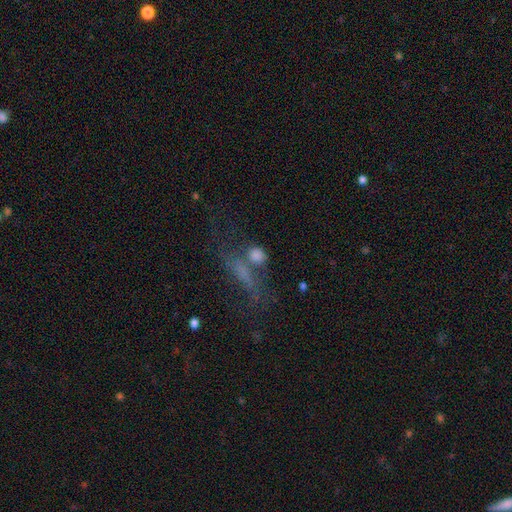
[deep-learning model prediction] A smooth galaxy with no disk features (64%) that is round (44%).

Vote fractions:
- Smooth or featured? smooth: 64% / featured or disk: 19% / star or artifact: 18%
- How rounded? round: 44% / in between: 42% / cigar-shaped: 15%
- Merging? none: 38% / merger: 27% / major disturbance: 20% / minor disturbance: 15%